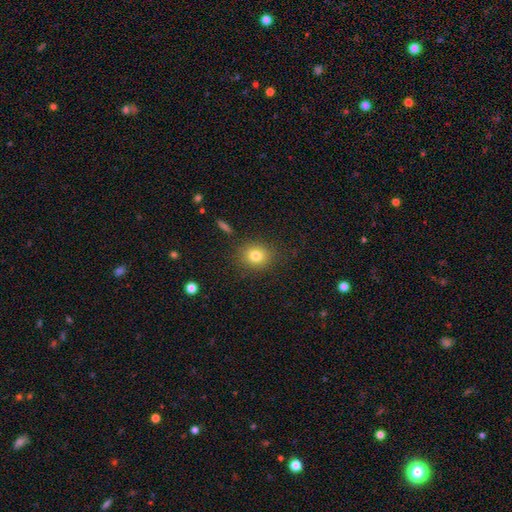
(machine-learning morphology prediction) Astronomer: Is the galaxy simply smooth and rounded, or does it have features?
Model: smooth — 79%.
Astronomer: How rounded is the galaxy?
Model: round — 76%.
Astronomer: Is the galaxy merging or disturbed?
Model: none — 86%.